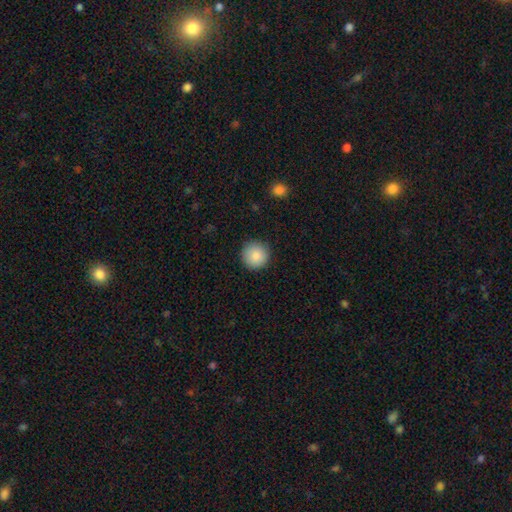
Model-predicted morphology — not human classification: smooth_or_featured: smooth (p=0.87) [alt: star or artifact p=0.08]
how_rounded: round (p=0.96) [alt: in between p=0.03]
merging: none (p=0.91) [alt: minor disturbance p=0.06]